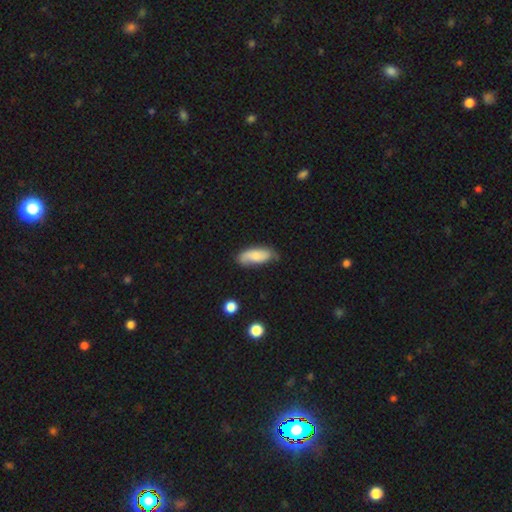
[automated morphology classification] Smooth or featured?
  - smooth: 73% *
  - featured or disk: 21%
  - star or artifact: 7%
How rounded?
  - in between: 77% *
  - cigar-shaped: 21%
  - round: 2%
Merging?
  - none: 63% *
  - minor disturbance: 28%
  - major disturbance: 6%
  - merger: 3%